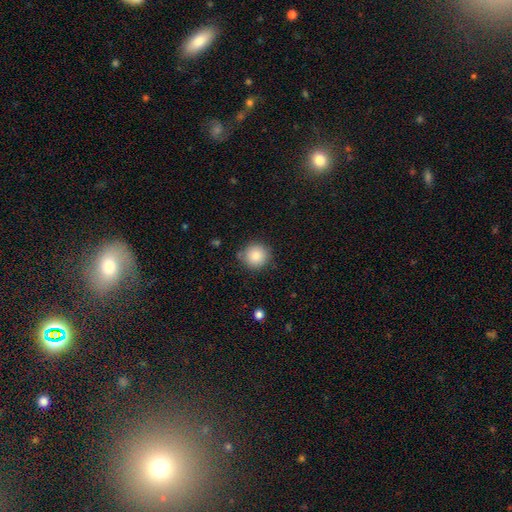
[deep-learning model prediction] The model was most divided on "merging": none: 84%, minor disturbance: 11%, major disturbance: 3%, merger: 2%. More confident: how rounded — round (93%); smooth or featured — smooth (86%).